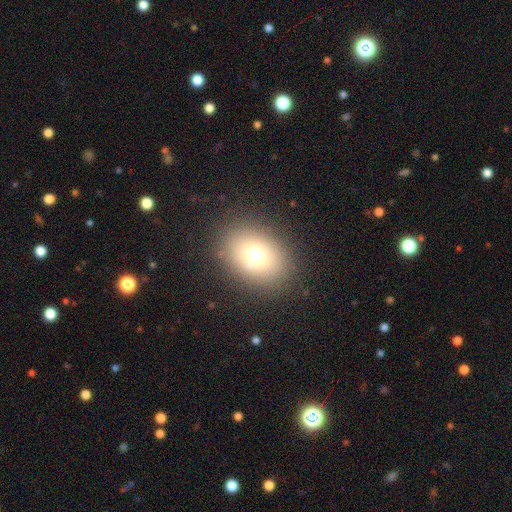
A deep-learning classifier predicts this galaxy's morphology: smooth 69%, featured or disk 15%, star or artifact 15%. Down the decision tree: how rounded — in between (60%); merging — none (85%).